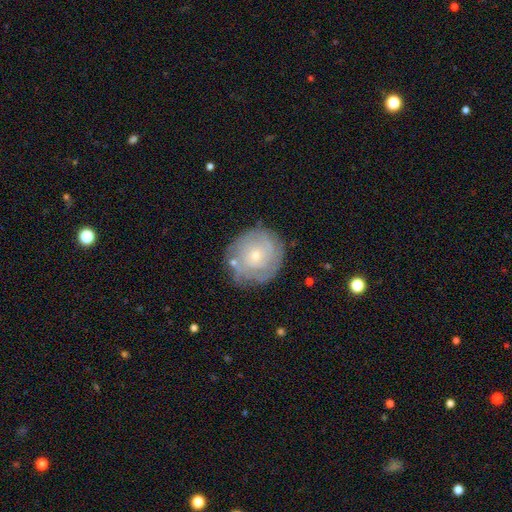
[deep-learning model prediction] smooth-or-featured: featured or disk: 66% | smooth: 27% | star or artifact: 7%
  disk-edge-on: no: 97% | yes: 3%
    bar: no: 80% | weak: 17% | strong: 3%
    has-spiral-arms: yes: 82% | no: 18%
      spiral-winding: tight: 74% | medium: 20% | loose: 7%
      spiral-arm-count: can't tell: 48% | 2: 20% | 3: 15% | 4: 8% | 1: 5% | more than 4: 5%
    bulge-size: small: 67% | moderate: 30% | large: 1% | none: 1% | dominant: 1%
  merging: none: 74% | minor disturbance: 17% | major disturbance: 6% | merger: 4%